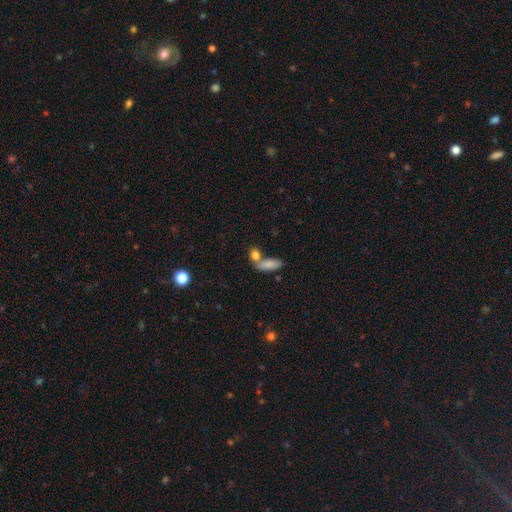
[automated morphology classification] Smooth or featured? smooth (81%)
How rounded? in between (59%)
Merging? none (50%)